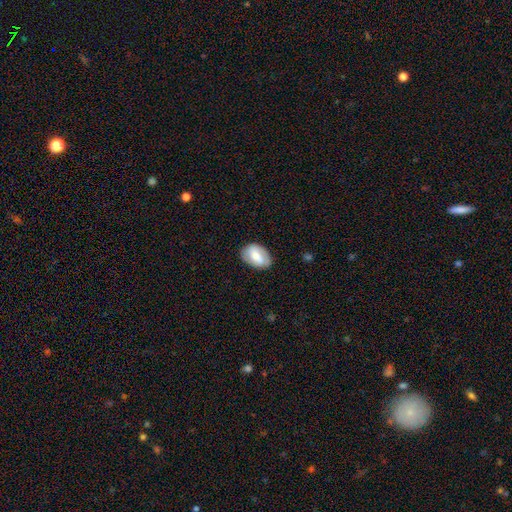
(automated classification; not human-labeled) Overall: smooth (57%; featured or disk 37%). How rounded: in between (85%). Merging: none (80%).